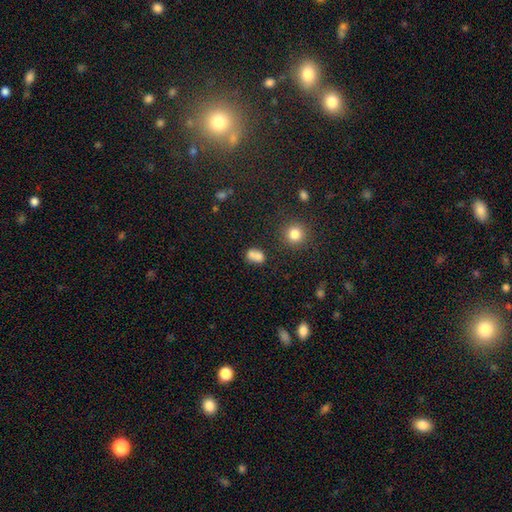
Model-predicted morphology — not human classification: Smooth or featured? smooth (74%)
How rounded? in between (54%)
Merging? merger (51%)